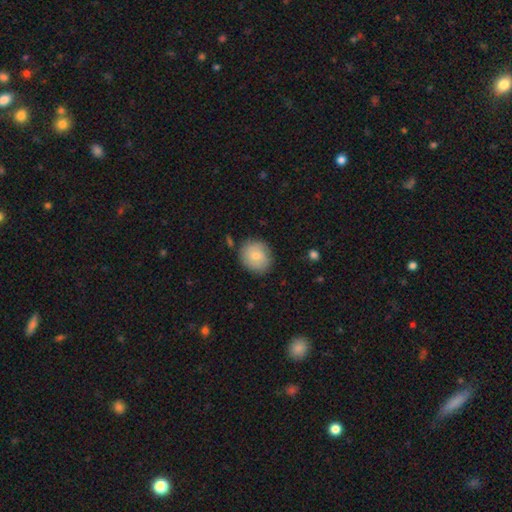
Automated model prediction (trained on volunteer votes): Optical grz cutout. It shows a smooth galaxy with no disk features (77%) that is round (77%). Merging: none (82%).